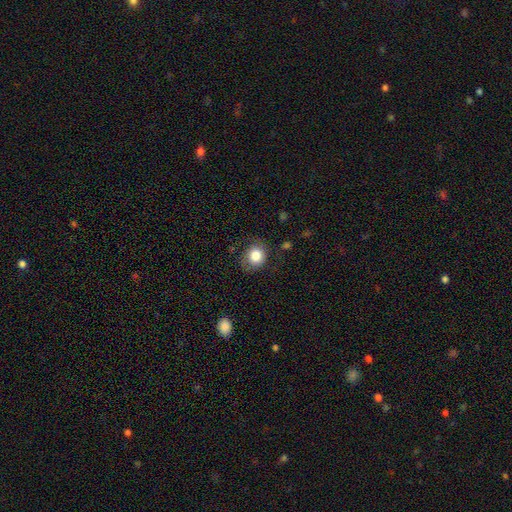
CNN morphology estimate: The model was most divided on "how rounded": round: 74%, in between: 25%, cigar-shaped: 1%. More confident: smooth or featured — smooth (81%); merging — none (75%).